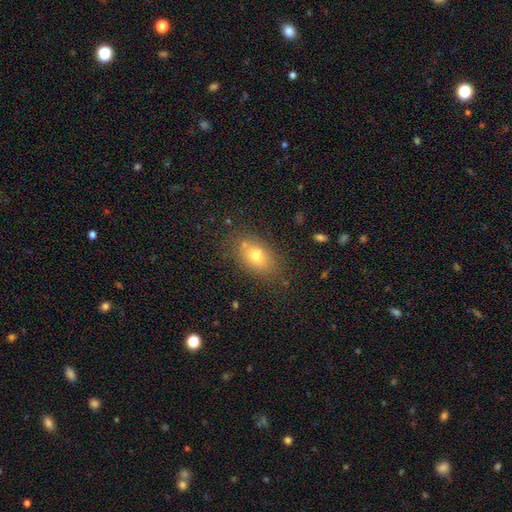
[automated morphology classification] Smooth or featured: smooth — 73% (featured or disk — 15%)
How rounded: in between — 82% (round — 16%)
Merging: none — 75% (minor disturbance — 14%)